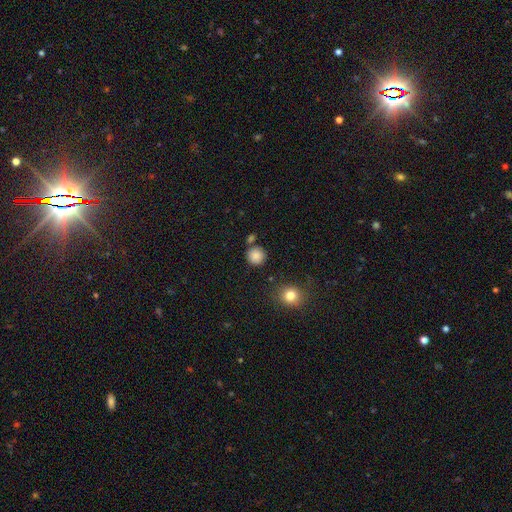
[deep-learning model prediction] Smooth or featured: smooth — 86% (star or artifact — 10%)
How rounded: round — 93% (in between — 6%)
Merging: none — 81% (minor disturbance — 9%)